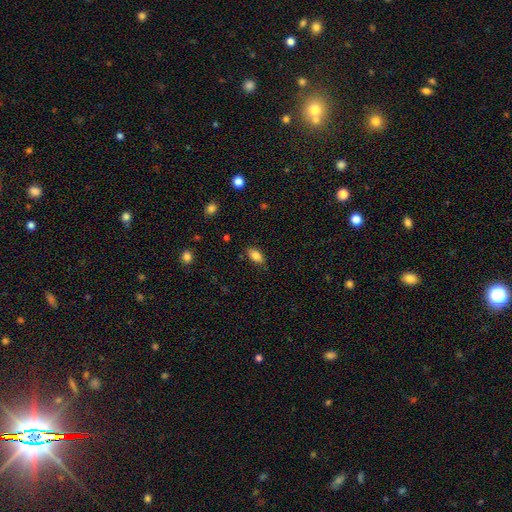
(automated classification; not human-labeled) Smooth or featured: smooth — 84% (star or artifact — 8%)
How rounded: in between — 89% (round — 6%)
Merging: none — 82% (minor disturbance — 13%)